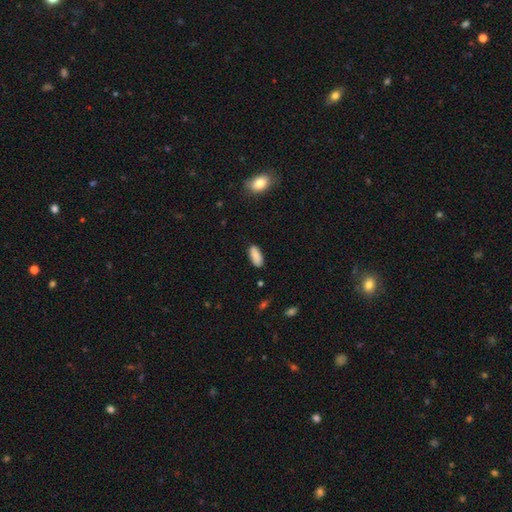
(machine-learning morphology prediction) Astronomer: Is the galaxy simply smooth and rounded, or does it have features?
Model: smooth — 88%.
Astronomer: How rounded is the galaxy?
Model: in between — 83%.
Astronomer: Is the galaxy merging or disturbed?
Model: none — 87%.